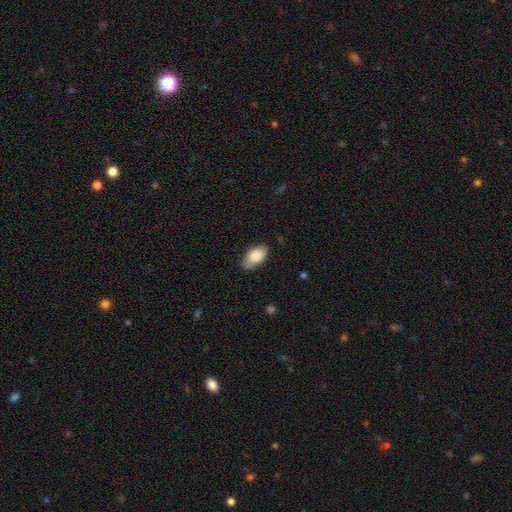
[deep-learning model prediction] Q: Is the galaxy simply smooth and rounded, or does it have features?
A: smooth — 84%.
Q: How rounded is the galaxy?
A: in between — 93%.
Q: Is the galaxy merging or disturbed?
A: none — 74%.